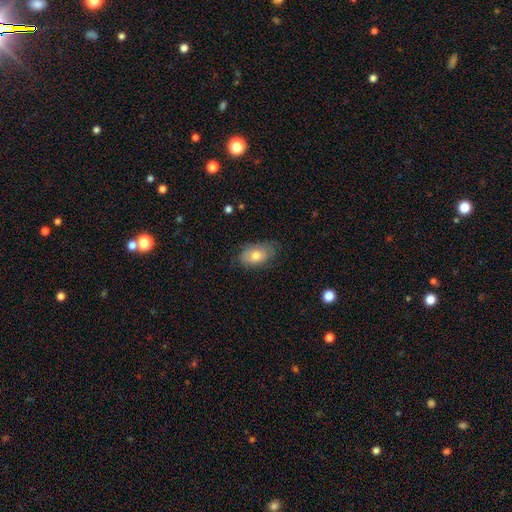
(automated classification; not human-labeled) Overall: smooth (71%). How rounded: in between (89%). Merging: none (68%).